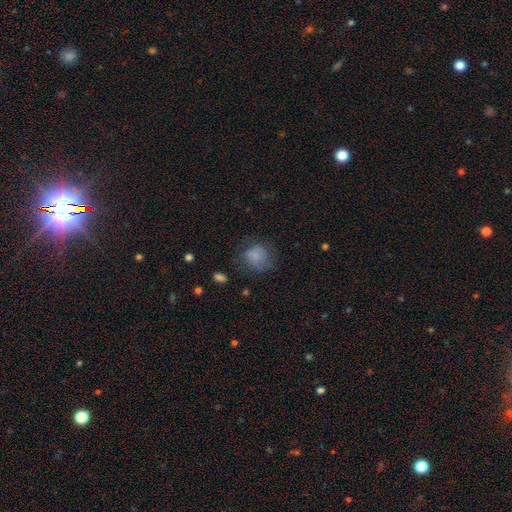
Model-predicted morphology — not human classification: Smooth or featured: smooth — 69% (featured or disk — 21%)
How rounded: round — 76% (in between — 23%)
Merging: none — 57% (minor disturbance — 24%)